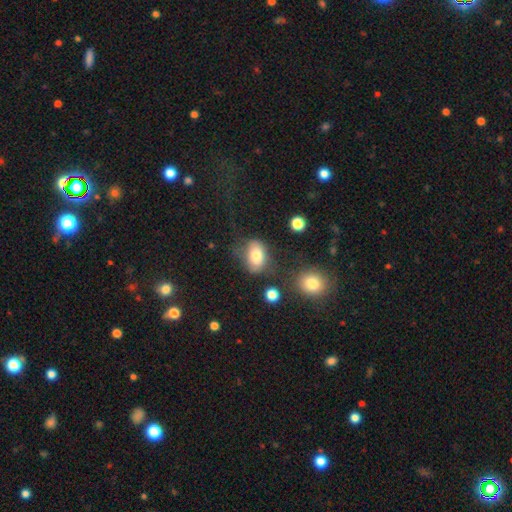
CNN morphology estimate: This appears to be a smooth galaxy with no disk features (76%) that is in between round and cigar-shaped (79%). Merging: none (55%).